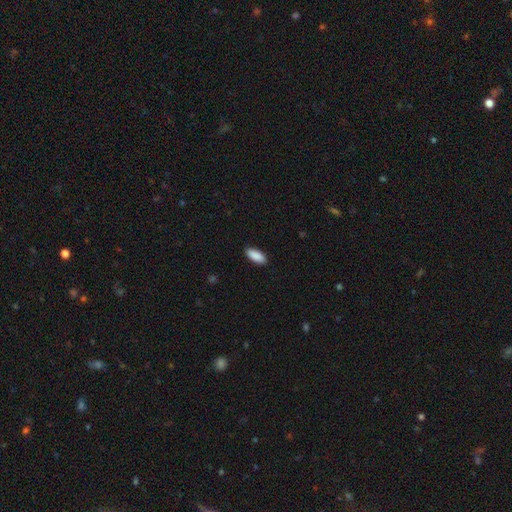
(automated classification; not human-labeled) A smooth galaxy with no disk features (91%) that is in between round and cigar-shaped (84%). Merging: none (89%).